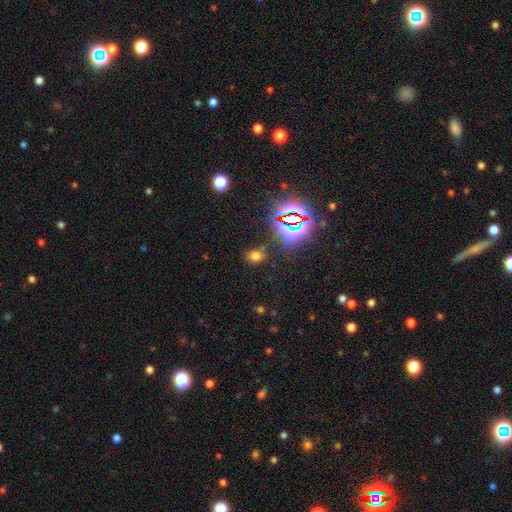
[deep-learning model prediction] Smooth or featured?
  - smooth: 62% *
  - star or artifact: 31%
  - featured or disk: 7%
How rounded?
  - round: 56% *
  - in between: 43%
  - cigar-shaped: 1%
Merging?
  - none: 78% *
  - minor disturbance: 12%
  - merger: 5%
  - major disturbance: 4%